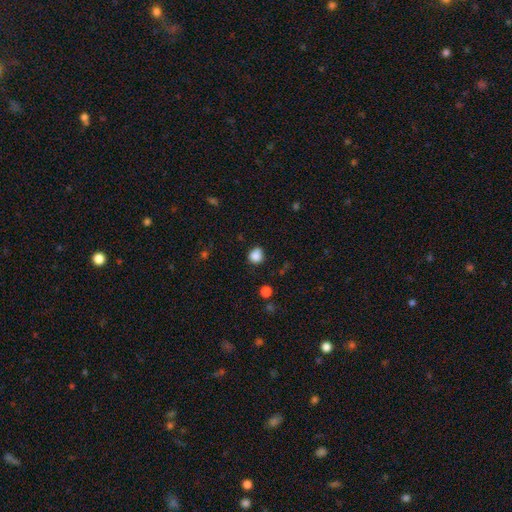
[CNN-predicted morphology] smooth 84%, star or artifact 11%, featured or disk 5%. Down the decision tree: how rounded — round (77%); merging — none (65%).